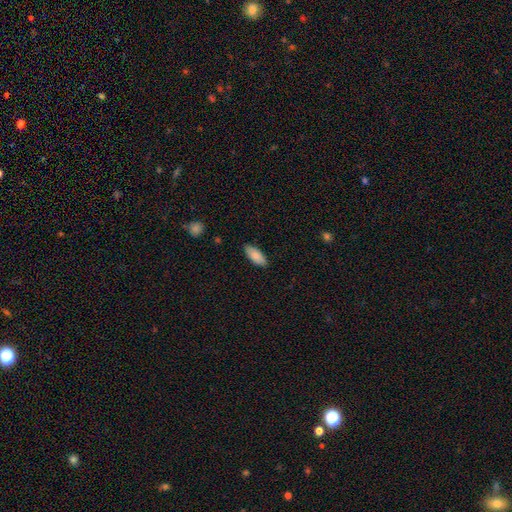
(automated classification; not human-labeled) Smooth or featured? Predicted: smooth (p=0.85). How rounded? Predicted: in between (p=0.81). Merging? Predicted: none (p=0.86).